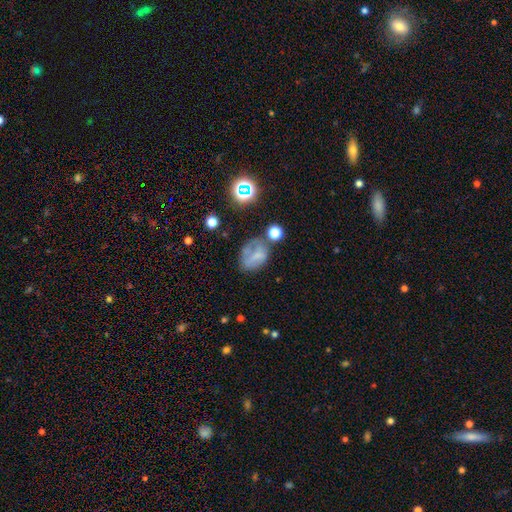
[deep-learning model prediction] This appears to be a smooth galaxy with no disk features (52%) that is in between round and cigar-shaped (70%). Merging: none (40%).